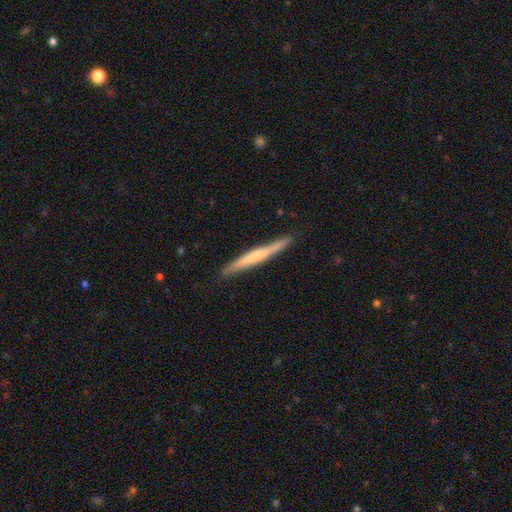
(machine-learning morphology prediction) type=featured or disk (51%); edge-on=yes (95%); merging=none (87%).